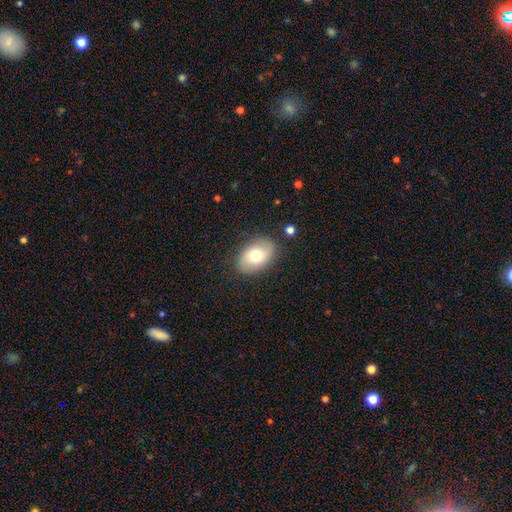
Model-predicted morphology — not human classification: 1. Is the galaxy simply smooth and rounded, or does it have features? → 70% smooth, 23% featured or disk, 7% star or artifact.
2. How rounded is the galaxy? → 85% in between, 14% round, 1% cigar-shaped.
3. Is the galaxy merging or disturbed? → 84% none, 11% minor disturbance, 3% major disturbance, 2% merger.